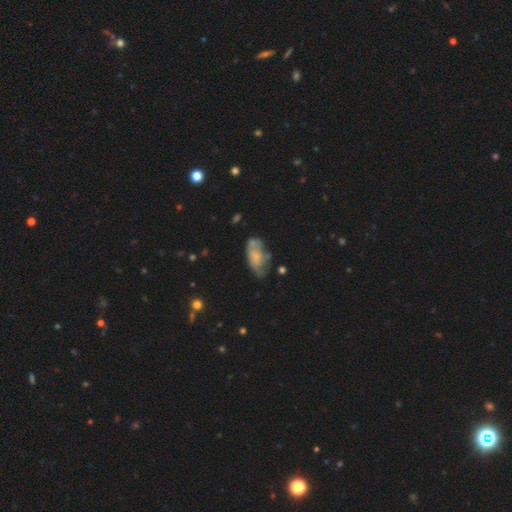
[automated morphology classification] This appears to be a smooth galaxy with no disk features (49%). Merging: none (40%).